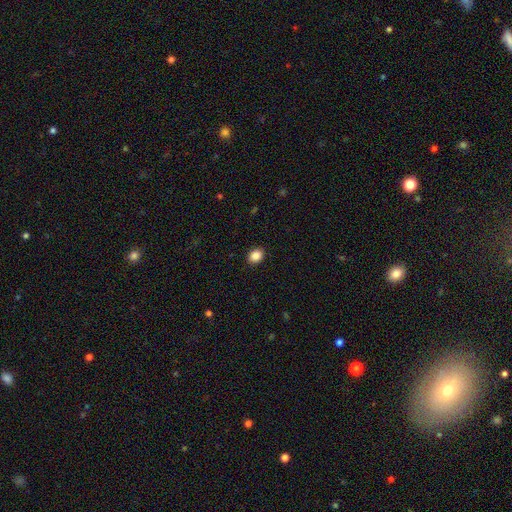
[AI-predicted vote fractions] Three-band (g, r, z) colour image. It shows a smooth galaxy with no disk features (87%) that is in between round and cigar-shaped (59%). Merging: none (90%).